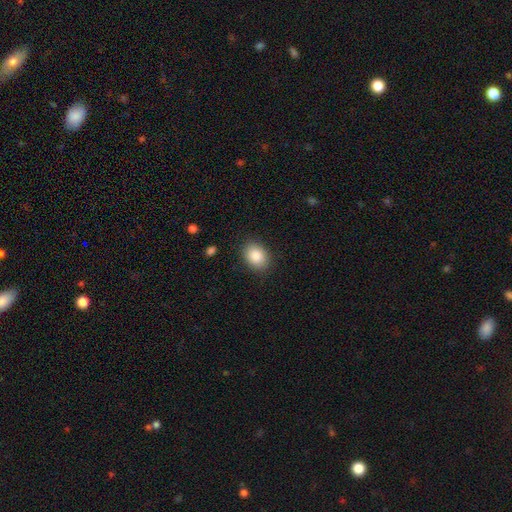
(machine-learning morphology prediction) A smooth galaxy with no disk features (87%) that is in between round and cigar-shaped (70%).

Vote fractions:
- Smooth or featured? smooth: 87% / star or artifact: 8% / featured or disk: 5%
- How rounded? in between: 70% / round: 29% / cigar-shaped: 1%
- Merging? none: 87% / minor disturbance: 9% / major disturbance: 3% / merger: 1%